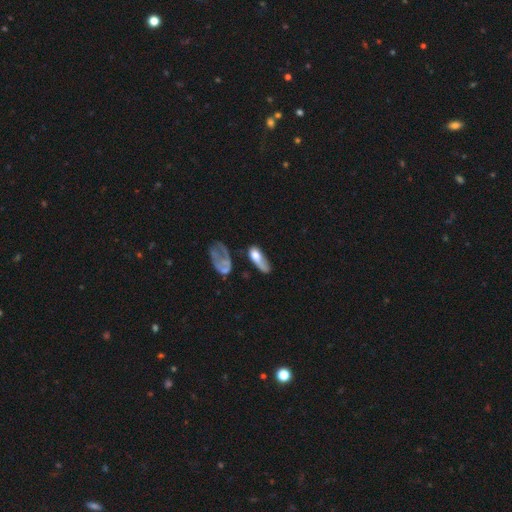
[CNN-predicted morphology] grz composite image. It shows a smooth galaxy with no disk features (59%) that is in between round and cigar-shaped (70%). Merging: major disturbance (39%).